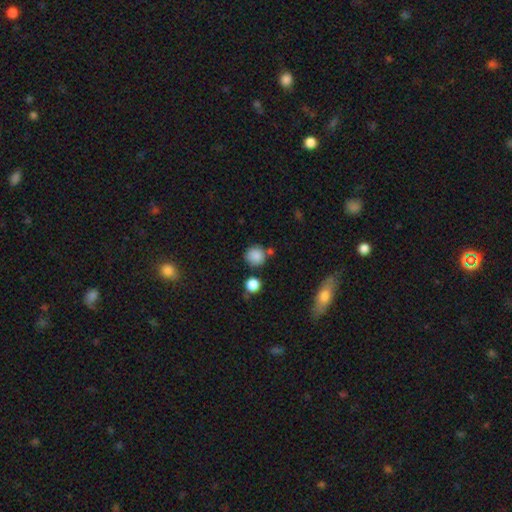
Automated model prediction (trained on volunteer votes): This is clearly a smooth galaxy (85%). How rounded: clearly round (89%). Merging: likely none (73%).